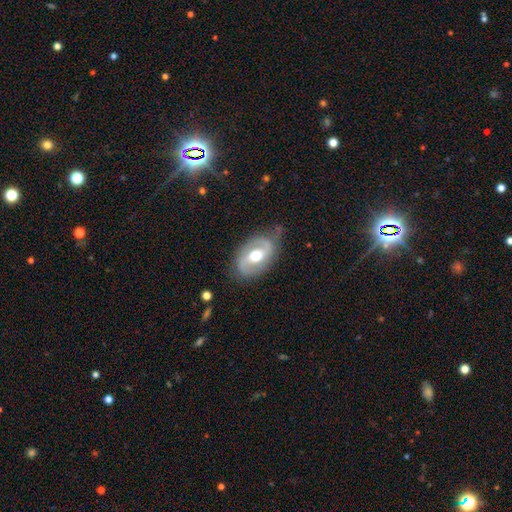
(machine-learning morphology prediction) Smooth or featured? featured or disk (76%)
Edge-on disk? no (96%)
Bar? weak (42%)
Spiral arms? yes (84%)
Spiral winding? medium (46%)
Spiral arm count? 2 (83%)
Bulge size? moderate (74%)
Merging? none (68%)